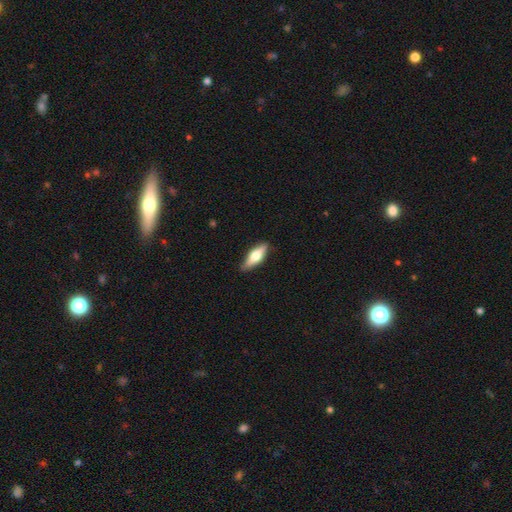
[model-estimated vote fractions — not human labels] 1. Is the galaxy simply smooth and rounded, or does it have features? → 54% smooth, 40% featured or disk, 6% star or artifact.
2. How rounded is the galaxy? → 53% in between, 44% cigar-shaped, 3% round.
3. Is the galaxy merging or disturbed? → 84% none, 13% minor disturbance, 2% major disturbance, 1% merger.